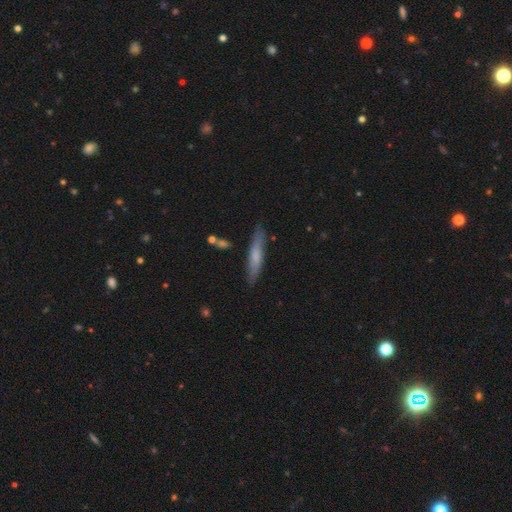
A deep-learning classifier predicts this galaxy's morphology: type=smooth (62%); roundness=cigar-shaped (85%); merging=none (80%).